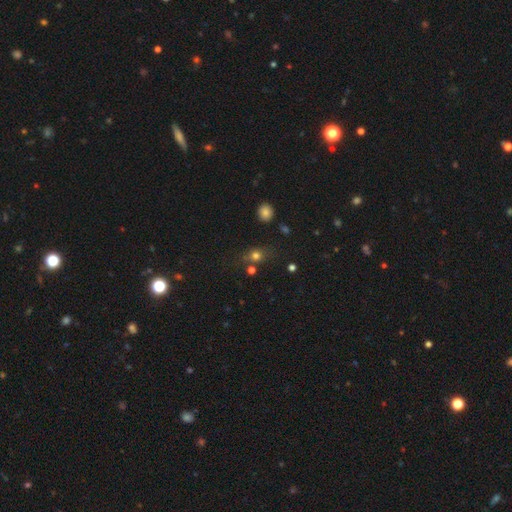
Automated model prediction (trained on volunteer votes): Q: Smooth or featured?
A: smooth (72%); runner-up: star or artifact (18%)
Q: How rounded?
A: round (65%); runner-up: in between (32%)
Q: Merging?
A: none (68%); runner-up: minor disturbance (15%)